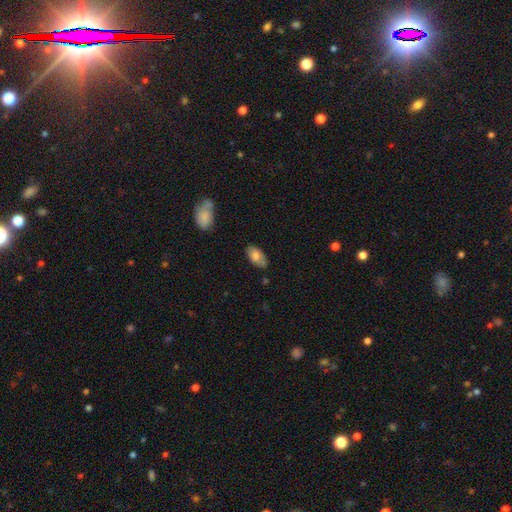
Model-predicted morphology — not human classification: Smooth or featured? Predicted: smooth (p=0.73). How rounded? Predicted: in between (p=0.94). Merging? Predicted: none (p=0.74).